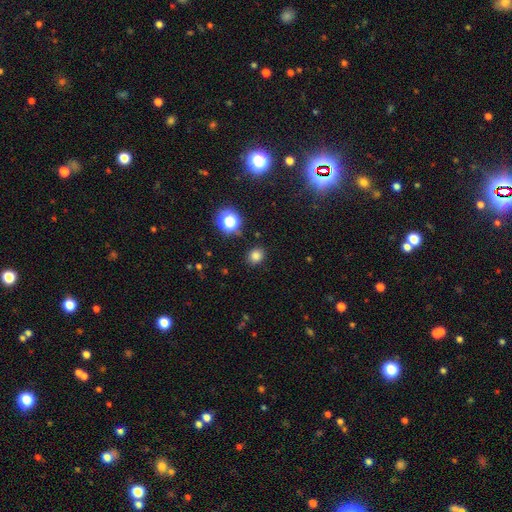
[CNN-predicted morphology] Smooth or featured? Predicted: smooth (p=0.79). How rounded? Predicted: round (p=0.73). Merging? Predicted: none (p=0.87).